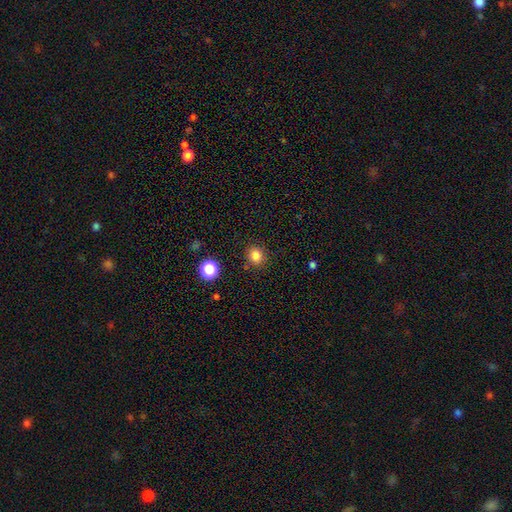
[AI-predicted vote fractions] Smooth or featured? Predicted: smooth (p=0.82). How rounded? Predicted: round (p=0.80). Merging? Predicted: none (p=0.86).